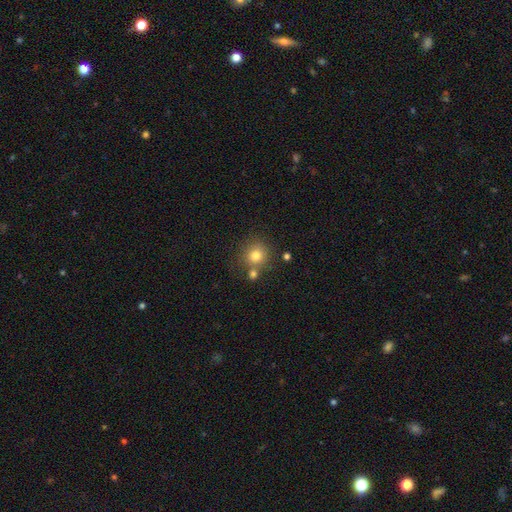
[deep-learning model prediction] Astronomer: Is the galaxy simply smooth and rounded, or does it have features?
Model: smooth — 80%.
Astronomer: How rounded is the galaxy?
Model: round — 89%.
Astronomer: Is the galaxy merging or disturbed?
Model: none — 69%.